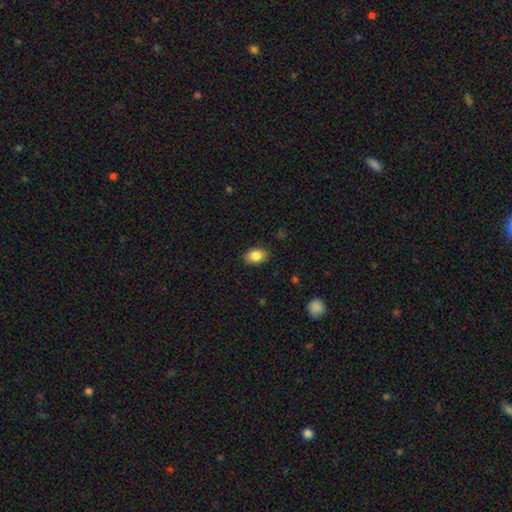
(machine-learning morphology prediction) This appears to be a smooth galaxy with no disk features (85%) that is in between round and cigar-shaped (80%). Merging: none (87%).